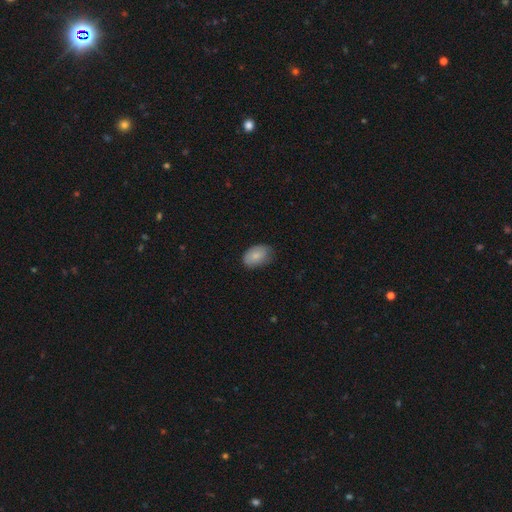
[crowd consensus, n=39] Q: Smooth or featured?
A: smooth (79%); runner-up: featured or disk (15%)
Q: How rounded?
A: in between (90%); runner-up: round (10%)
Q: Merging?
A: none (81%); runner-up: minor disturbance (14%)